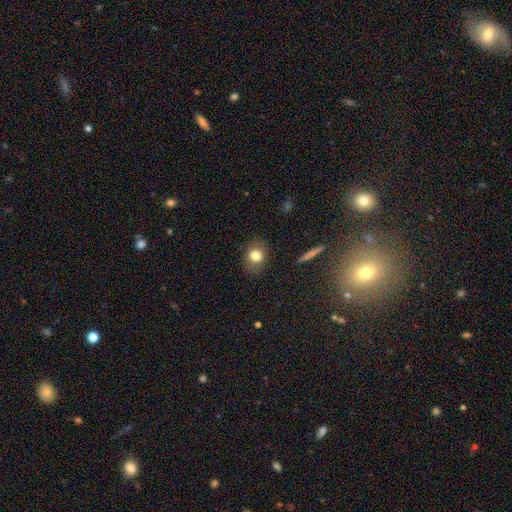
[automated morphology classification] Smooth or featured?
  - smooth: 77% *
  - featured or disk: 13%
  - star or artifact: 10%
How rounded?
  - round: 52% *
  - in between: 46%
  - cigar-shaped: 2%
Merging?
  - none: 83% *
  - minor disturbance: 12%
  - major disturbance: 3%
  - merger: 1%